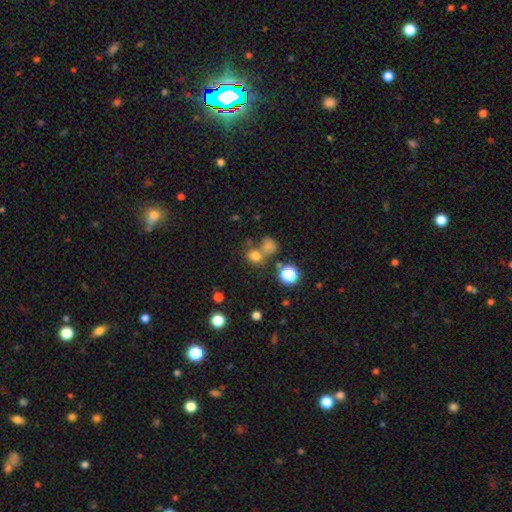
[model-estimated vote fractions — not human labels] smooth 72%, star or artifact 20%, featured or disk 8%. Down the decision tree: how rounded — round (66%); merging — none (53%).